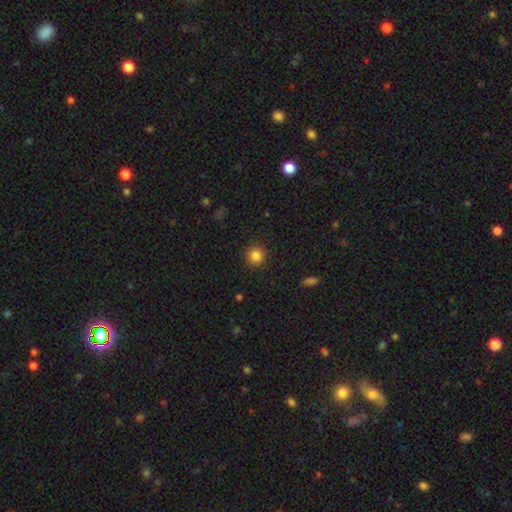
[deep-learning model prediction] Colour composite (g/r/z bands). It shows a smooth galaxy with no disk features (84%) that is round (94%). Merging: none (92%).